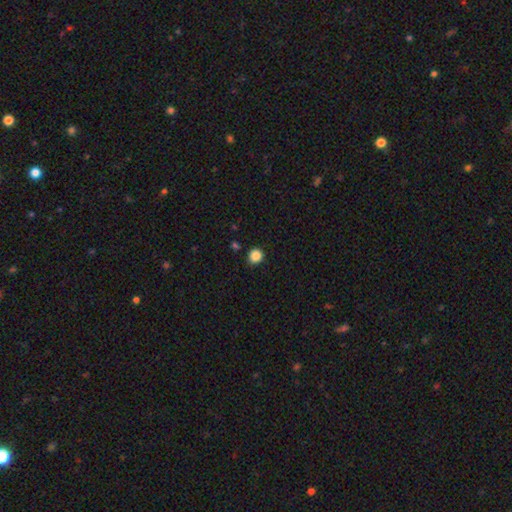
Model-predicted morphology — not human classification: Smooth or featured?
  - smooth: 87% *
  - star or artifact: 11%
  - featured or disk: 3%
How rounded?
  - round: 88% *
  - in between: 11%
  - cigar-shaped: 1%
Merging?
  - none: 88% *
  - minor disturbance: 8%
  - major disturbance: 2%
  - merger: 2%